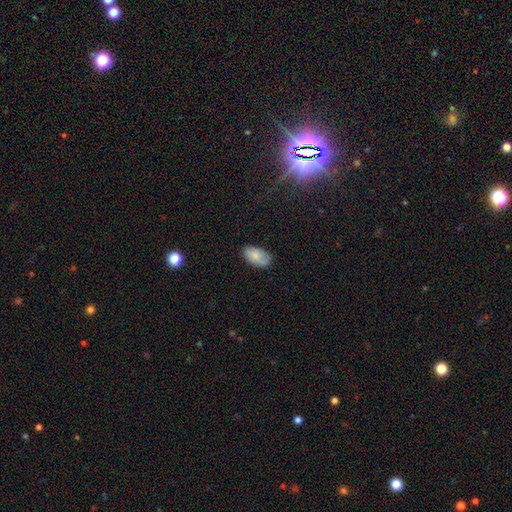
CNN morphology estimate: A smooth galaxy with no disk features (76%) that is in between round and cigar-shaped (94%).

Vote fractions:
- Smooth or featured? smooth: 76% / featured or disk: 17% / star or artifact: 7%
- How rounded? in between: 94% / round: 5% / cigar-shaped: 2%
- Merging? none: 73% / minor disturbance: 21% / major disturbance: 5% / merger: 2%